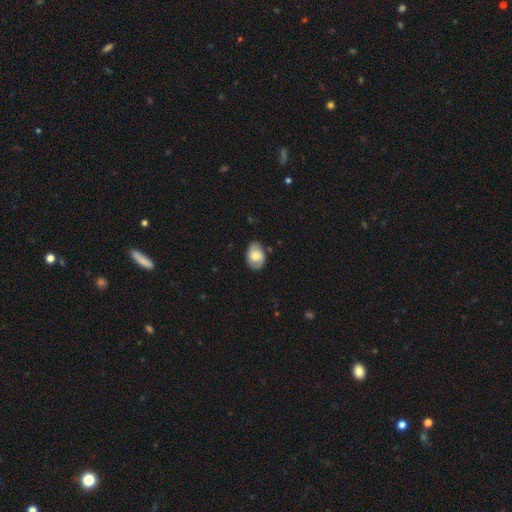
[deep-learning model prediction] smooth-or-featured: smooth: 64% | featured or disk: 29% | star or artifact: 7%
  how-rounded: in between: 81% | round: 18% | cigar-shaped: 1%
  merging: none: 78% | minor disturbance: 17% | major disturbance: 3% | merger: 2%